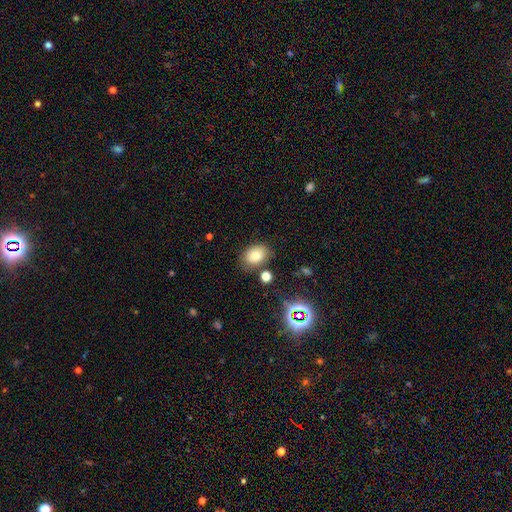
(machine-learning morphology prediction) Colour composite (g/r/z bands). It shows a smooth galaxy with no disk features (75%) that is in between round and cigar-shaped (75%). Merging: none (76%).